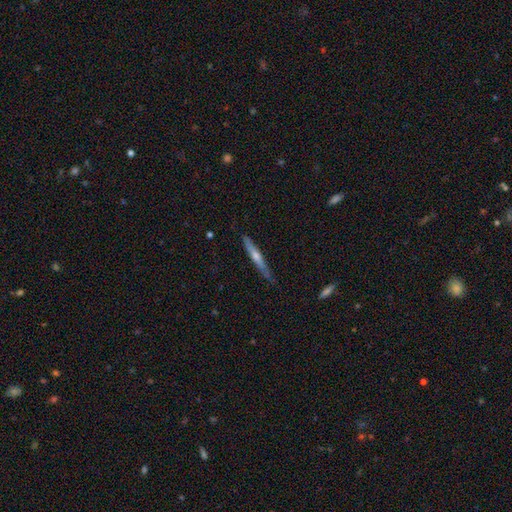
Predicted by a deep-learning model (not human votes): Q: Smooth or featured?
A: featured or disk (61%); runner-up: smooth (33%)
Q: Edge-on disk?
A: yes (96%); runner-up: no (4%)
Q: Edge-on bulge?
A: rounded (74%); runner-up: none (21%)
Q: Merging?
A: none (82%); runner-up: minor disturbance (14%)